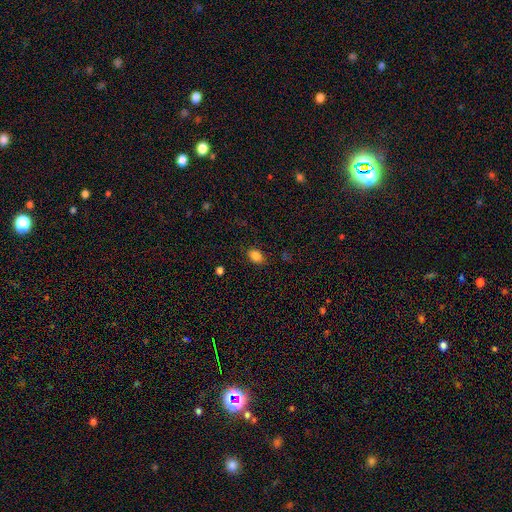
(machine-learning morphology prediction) type=smooth (85%); roundness=in between (75%); merging=none (85%).